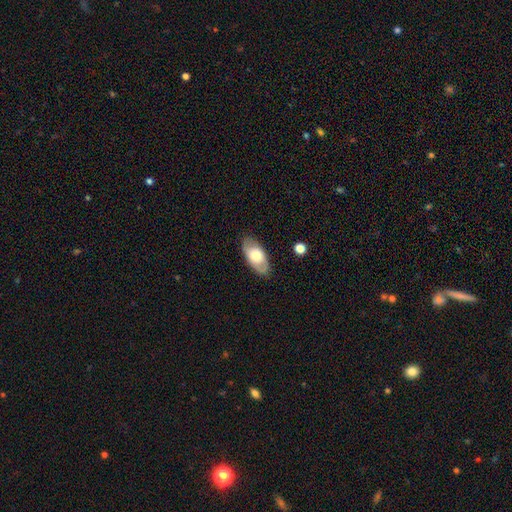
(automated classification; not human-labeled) Smooth or featured? smooth (60%)
How rounded? in between (92%)
Merging? none (82%)